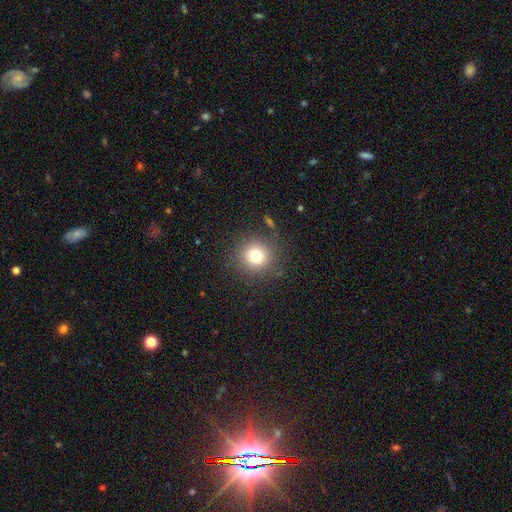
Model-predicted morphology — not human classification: Overall: smooth (77%). How rounded: round (93%). Merging: none (87%).